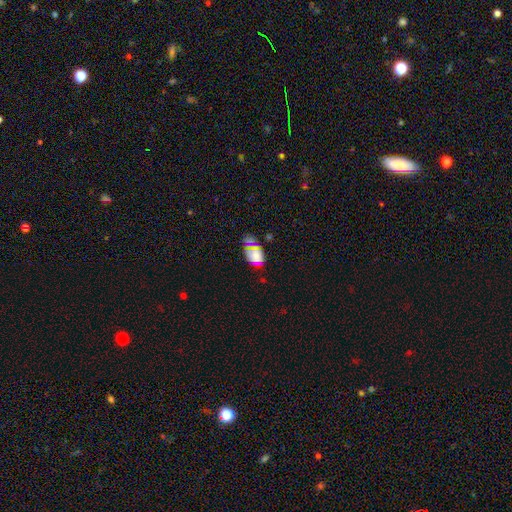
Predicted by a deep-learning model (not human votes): Smooth or featured: smooth — 64% (star or artifact — 25%)
How rounded: in between — 81% (round — 16%)
Merging: none — 74% (minor disturbance — 17%)